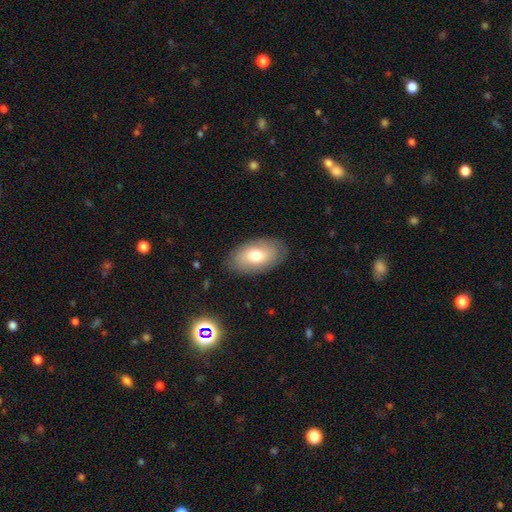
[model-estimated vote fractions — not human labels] smooth_or_featured: smooth (p=0.69) [alt: featured or disk p=0.24]
how_rounded: in between (p=0.92) [alt: round p=0.06]
merging: none (p=0.84) [alt: minor disturbance p=0.11]